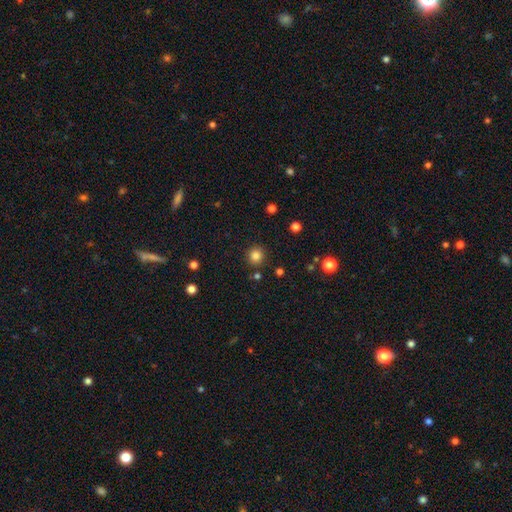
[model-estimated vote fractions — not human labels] Q: Smooth or featured?
A: smooth (83%); runner-up: star or artifact (12%)
Q: How rounded?
A: round (92%); runner-up: in between (7%)
Q: Merging?
A: none (89%); runner-up: minor disturbance (6%)